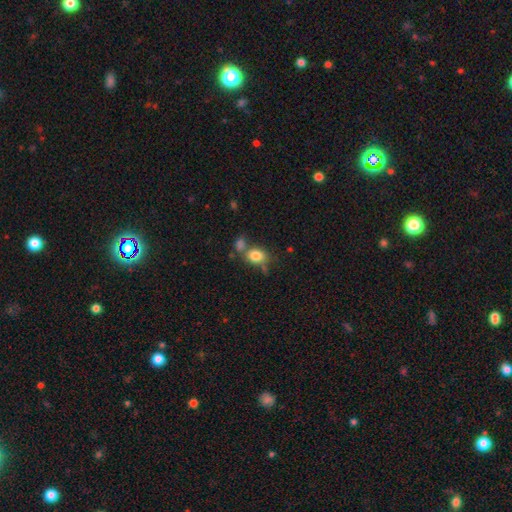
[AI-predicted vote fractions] Overall: smooth (81%). How rounded: in between (58%; round 41%). Merging: none (53%; merger 25%).